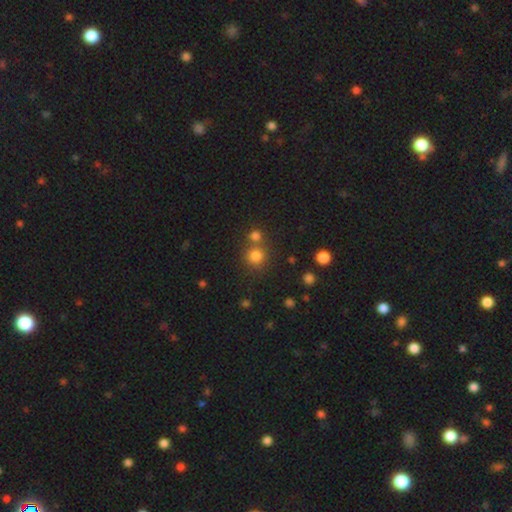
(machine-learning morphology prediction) This appears to be a smooth galaxy with no disk features (78%) that is round (91%). Merging: none (66%).